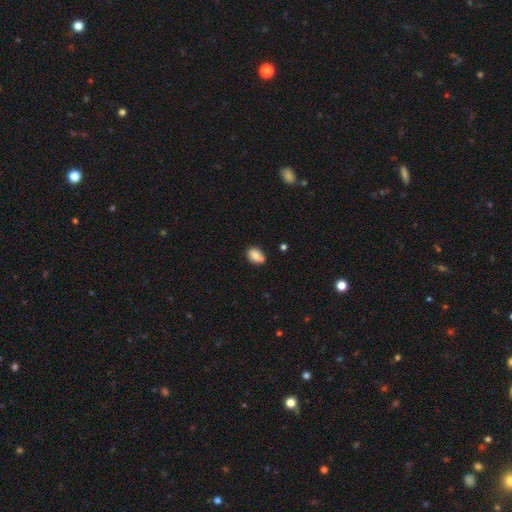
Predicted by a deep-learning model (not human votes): smooth 81%, featured or disk 10%, star or artifact 9%. Down the decision tree: how rounded — in between (78%); merging — none (62%).